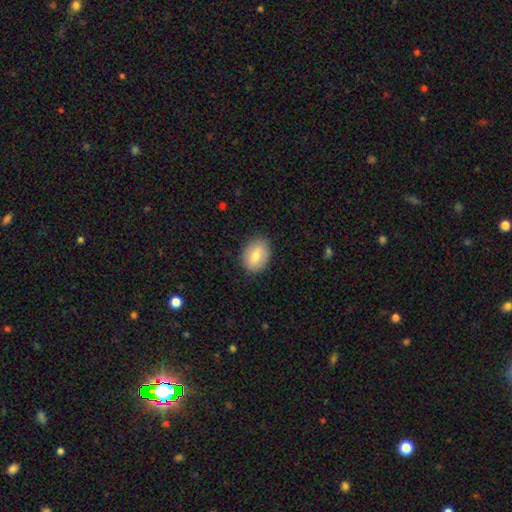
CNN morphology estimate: smooth-or-featured: smooth: 78% | featured or disk: 15% | star or artifact: 7%
  how-rounded: in between: 73% | round: 26% | cigar-shaped: 1%
  merging: none: 85% | minor disturbance: 11% | major disturbance: 3% | merger: 1%